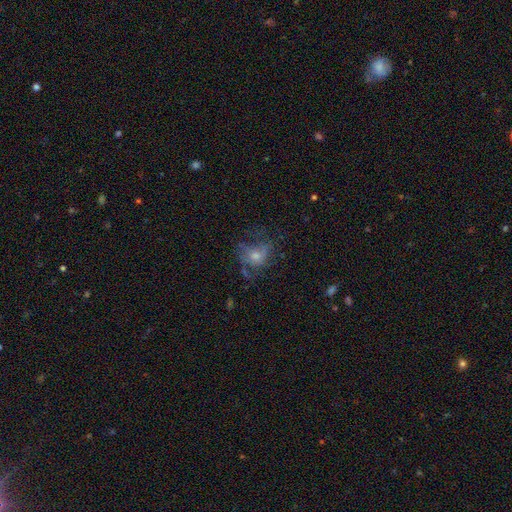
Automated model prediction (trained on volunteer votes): A featured or disk galaxy (52%).

Vote fractions:
- Smooth or featured? featured or disk: 52% / smooth: 31% / star or artifact: 18%
- Edge-on disk? no: 96% / yes: 4%
- Merging? none: 52% / major disturbance: 26% / minor disturbance: 20% / merger: 2%